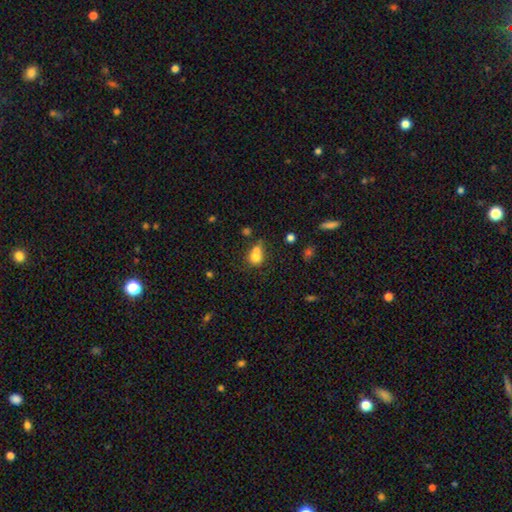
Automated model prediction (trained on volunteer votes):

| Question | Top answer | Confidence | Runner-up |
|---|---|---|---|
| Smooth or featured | smooth | 75% | featured or disk (13%) |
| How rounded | round | 61% | in between (38%) |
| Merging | merger | 44% | none (33%) |